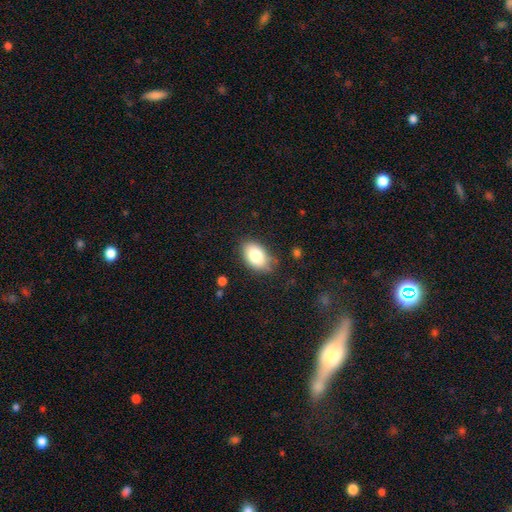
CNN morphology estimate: Smooth or featured? Predicted: smooth (p=0.81). How rounded? Predicted: in between (p=0.87). Merging? Predicted: none (p=0.76).